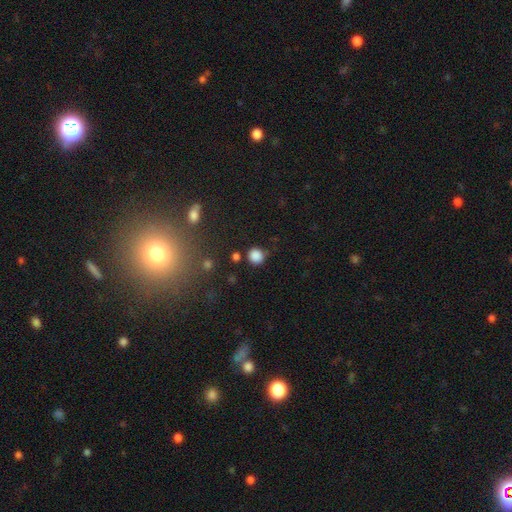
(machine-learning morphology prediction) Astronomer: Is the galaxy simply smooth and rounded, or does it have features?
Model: smooth — 84%.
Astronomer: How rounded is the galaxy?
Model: round — 90%.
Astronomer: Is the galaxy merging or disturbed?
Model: none — 79%.